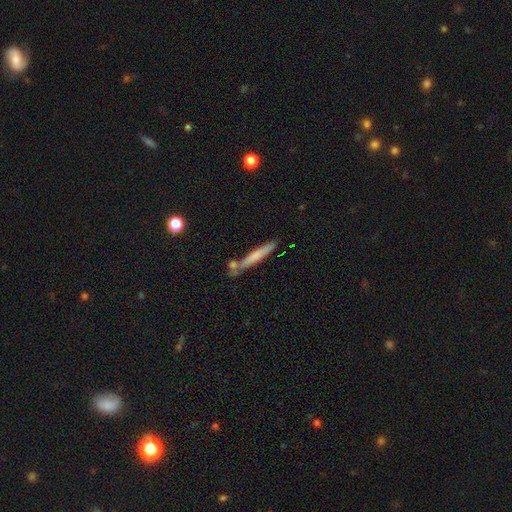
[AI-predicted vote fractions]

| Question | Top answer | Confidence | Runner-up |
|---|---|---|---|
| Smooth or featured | smooth | 62% | featured or disk (32%) |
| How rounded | cigar-shaped | 94% | in between (4%) |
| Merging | none | 71% | minor disturbance (14%) |